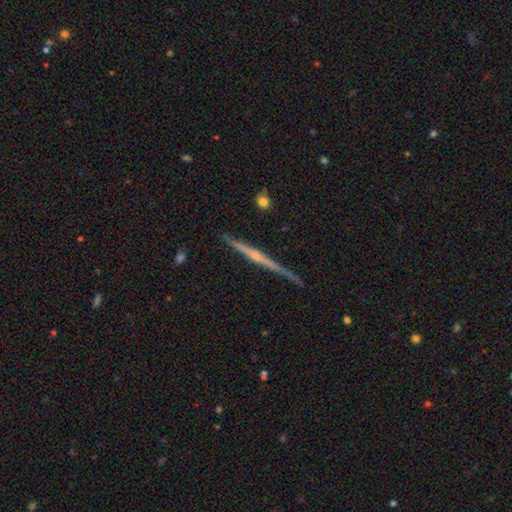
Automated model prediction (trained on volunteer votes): Overall: featured or disk (81%). Edge-on disk: yes (98%). Edge-on bulge: rounded (65%; none 26%). Merging: none (89%).